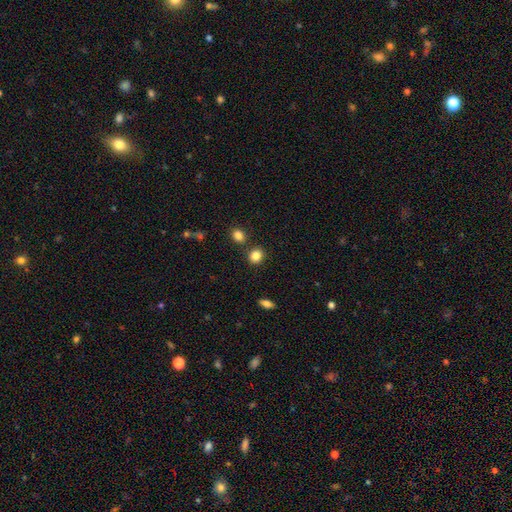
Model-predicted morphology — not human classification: smooth-or-featured: smooth: 85% | star or artifact: 10% | featured or disk: 5%
  how-rounded: round: 72% | in between: 27% | cigar-shaped: 1%
  merging: none: 79% | merger: 10% | minor disturbance: 8% | major disturbance: 3%